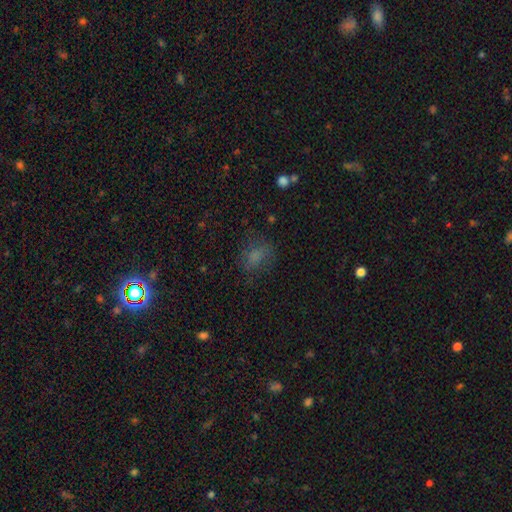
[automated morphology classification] type=smooth (68%); roundness=in between (58%); merging=none (65%).